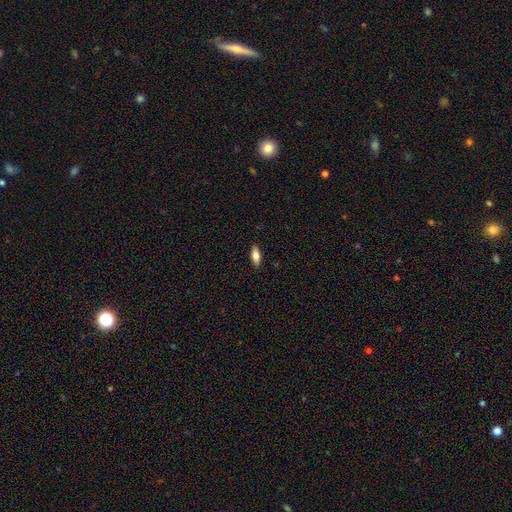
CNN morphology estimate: Smooth or featured? smooth (70%)
How rounded? in between (71%)
Merging? none (89%)